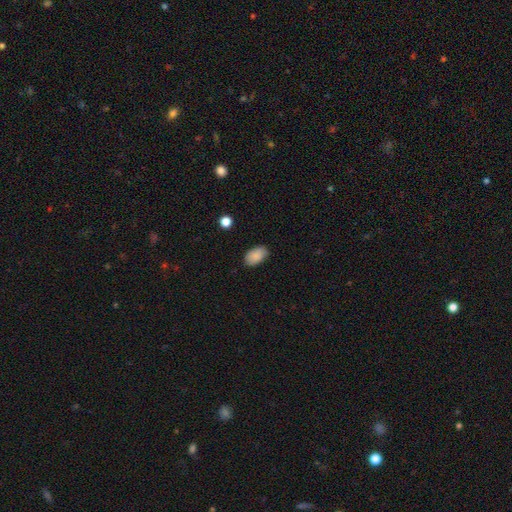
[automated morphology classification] A smooth galaxy with no disk features (88%) that is in between round and cigar-shaped (92%).

Vote fractions:
- Smooth or featured? smooth: 88% / star or artifact: 7% / featured or disk: 5%
- How rounded? in between: 92% / round: 7% / cigar-shaped: 1%
- Merging? none: 82% / minor disturbance: 14% / major disturbance: 3% / merger: 1%